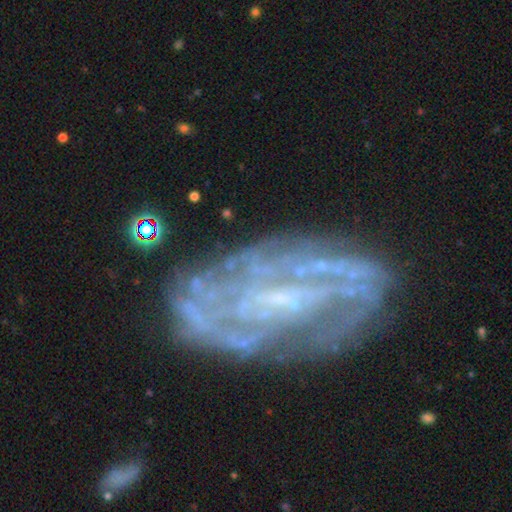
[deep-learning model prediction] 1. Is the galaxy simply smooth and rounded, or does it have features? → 82% featured or disk, 10% smooth, 8% star or artifact.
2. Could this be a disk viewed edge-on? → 95% no, 5% yes.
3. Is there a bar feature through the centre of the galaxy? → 44% no, 38% weak, 18% strong.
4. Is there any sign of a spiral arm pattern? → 76% yes, 24% no.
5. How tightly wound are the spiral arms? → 49% tight, 34% medium, 18% loose.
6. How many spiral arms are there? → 48% can't tell, 22% 2, 11% 3, 7% 4, 6% 1, 6% more than 4.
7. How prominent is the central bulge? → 62% small, 26% none, 9% moderate, 1% large, 1% dominant.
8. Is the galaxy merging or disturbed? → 63% none, 20% minor disturbance, 13% major disturbance, 3% merger.